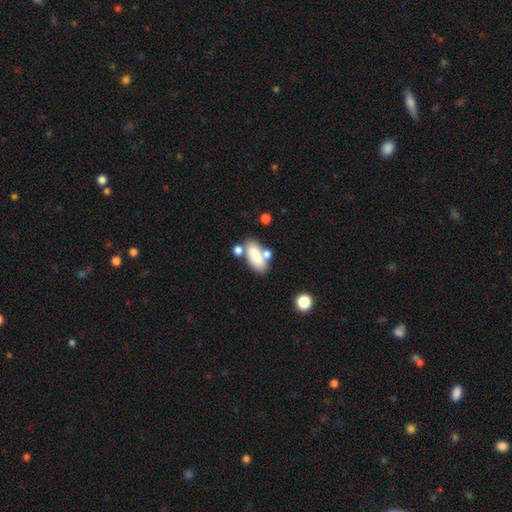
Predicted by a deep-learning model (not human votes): Overall: smooth (81%). How rounded: in between (87%). Merging: none (51%; merger 30%).